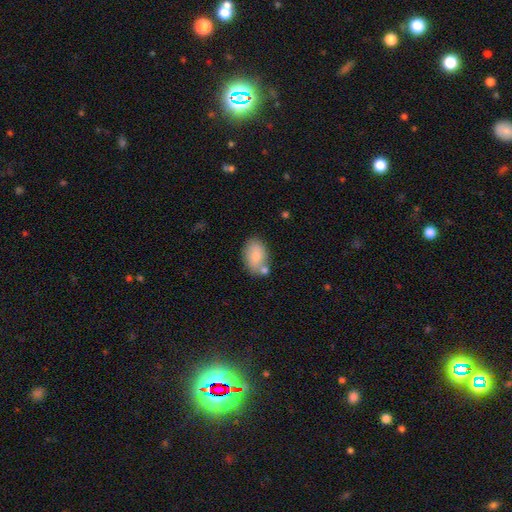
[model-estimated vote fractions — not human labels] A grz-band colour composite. It shows a smooth galaxy with no disk features (77%) that is in between round and cigar-shaped (87%). Merging: none (63%).